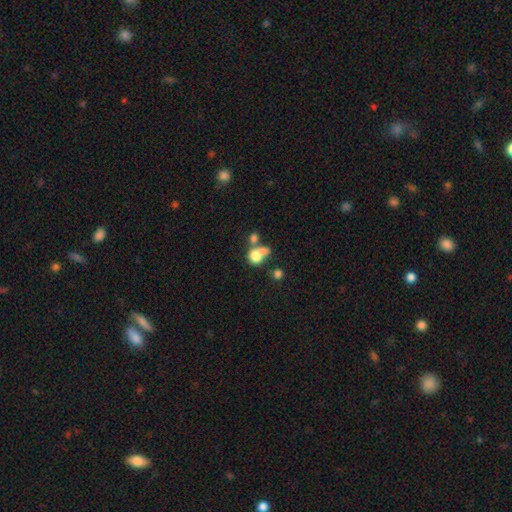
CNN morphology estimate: Smooth or featured? Predicted: smooth (p=0.73). How rounded? Predicted: round (p=0.60). Merging? Predicted: merger (p=0.50).